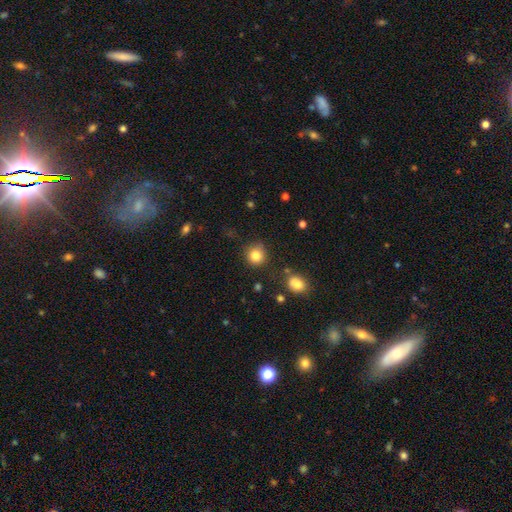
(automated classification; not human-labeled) This is clearly a smooth galaxy (83%). How rounded: clearly round (90%). Merging: clearly none (81%).